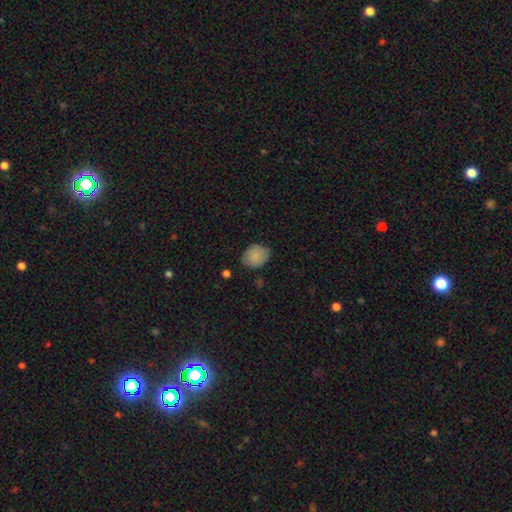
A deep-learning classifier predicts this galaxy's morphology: smooth-or-featured: smooth: 85% | star or artifact: 8% | featured or disk: 7%
  how-rounded: in between: 53% | round: 46% | cigar-shaped: 1%
  merging: none: 78% | minor disturbance: 17% | major disturbance: 3% | merger: 2%